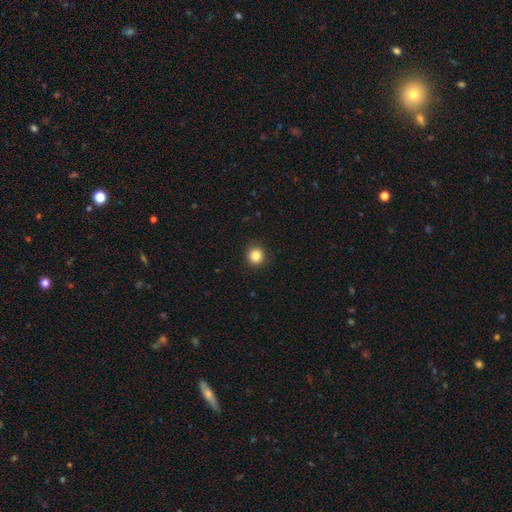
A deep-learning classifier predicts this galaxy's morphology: Smooth or featured: smooth — 85% (star or artifact — 11%)
How rounded: round — 92% (in between — 7%)
Merging: none — 91% (minor disturbance — 6%)